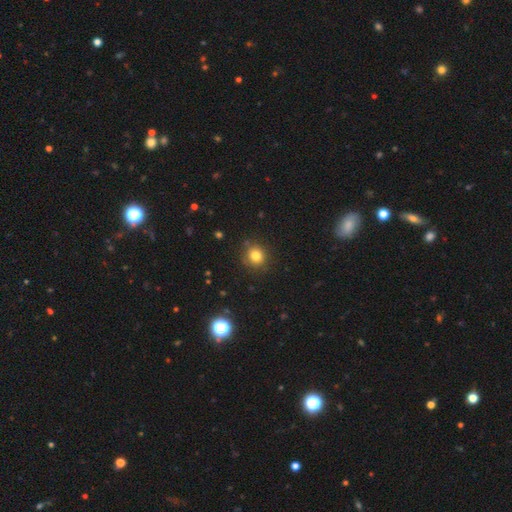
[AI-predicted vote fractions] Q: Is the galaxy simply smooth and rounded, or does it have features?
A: smooth — 80%.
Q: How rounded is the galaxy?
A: round — 87%.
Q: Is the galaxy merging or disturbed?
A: none — 85%.